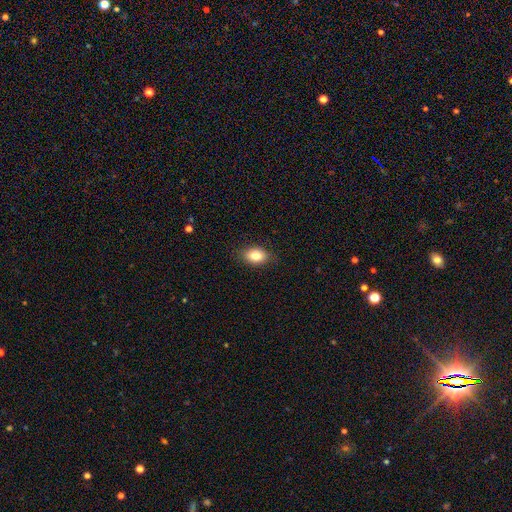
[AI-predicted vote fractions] smooth-or-featured: smooth: 83% | star or artifact: 9% | featured or disk: 9%
  how-rounded: in between: 78% | round: 20% | cigar-shaped: 1%
  merging: none: 86% | minor disturbance: 11% | major disturbance: 2% | merger: 1%